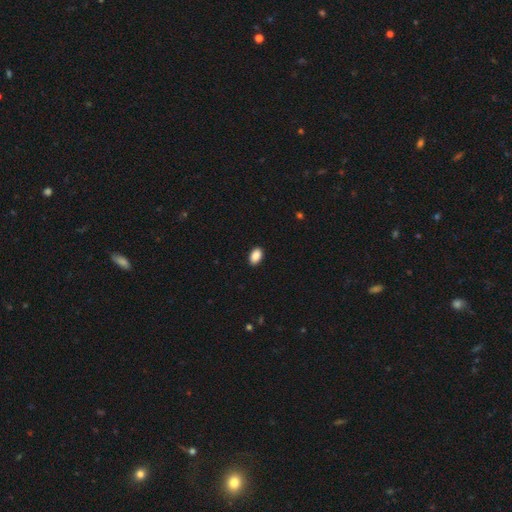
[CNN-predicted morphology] The model was most divided on "smooth or featured": smooth: 90%, star or artifact: 8%, featured or disk: 3%. More confident: how rounded — in between (91%); merging — none (90%).